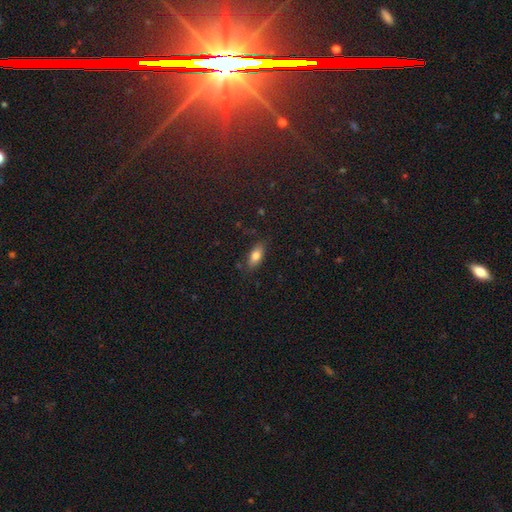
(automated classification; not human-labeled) Smooth or featured? Predicted: smooth (p=0.78). How rounded? Predicted: in between (p=0.83). Merging? Predicted: none (p=0.82).